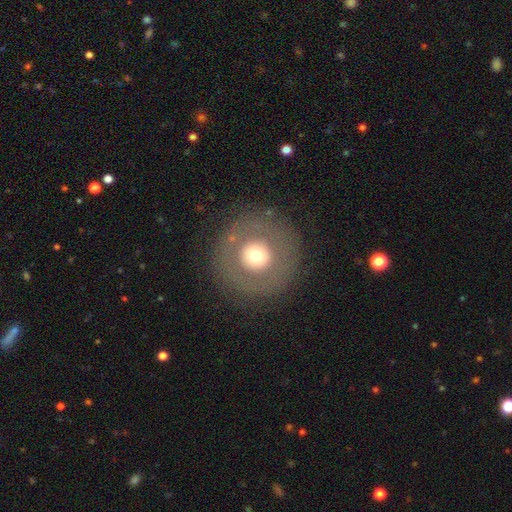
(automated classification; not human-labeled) Morphology: type=smooth (57%); roundness=round (96%); merging=none (85%).